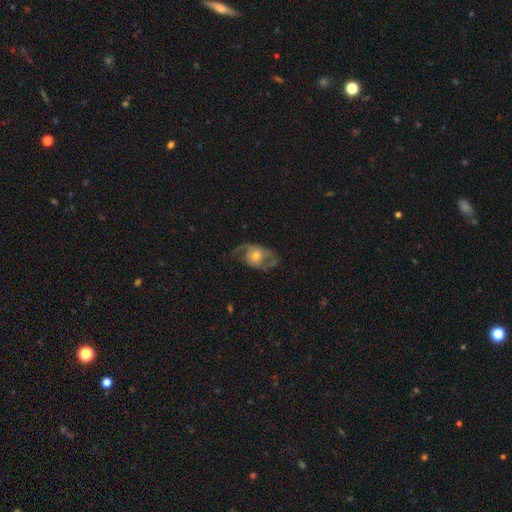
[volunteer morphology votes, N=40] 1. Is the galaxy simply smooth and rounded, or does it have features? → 65% featured or disk, 30% smooth, 5% star or artifact.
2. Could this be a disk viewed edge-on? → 100% no, 0% yes.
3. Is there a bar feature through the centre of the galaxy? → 73% no, 23% weak, 4% strong.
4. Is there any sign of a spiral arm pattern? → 62% no, 38% yes.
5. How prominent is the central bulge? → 65% moderate, 31% small, 4% none, 0% dominant, 0% large.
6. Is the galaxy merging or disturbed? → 45% none, 37% major disturbance, 18% minor disturbance, 0% merger.